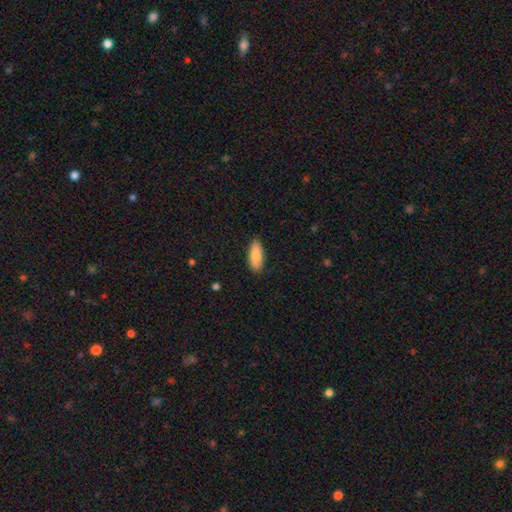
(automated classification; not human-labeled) Smooth or featured: smooth — 82% (featured or disk — 12%)
How rounded: in between — 76% (cigar-shaped — 22%)
Merging: none — 88% (minor disturbance — 9%)